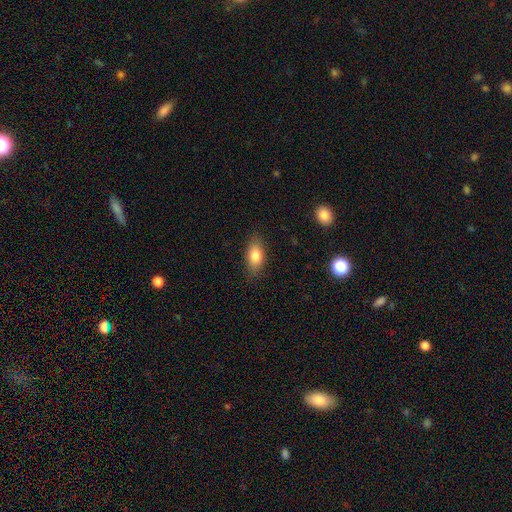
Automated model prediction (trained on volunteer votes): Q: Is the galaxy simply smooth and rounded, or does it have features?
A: smooth — 80%.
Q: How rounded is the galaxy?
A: in between — 85%.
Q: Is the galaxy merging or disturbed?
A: none — 84%.